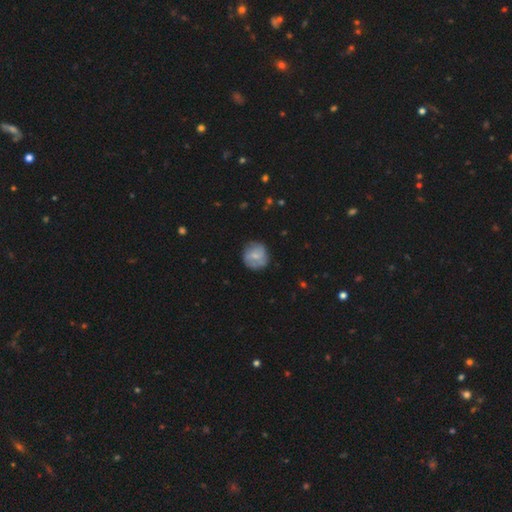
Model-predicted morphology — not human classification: type=smooth (49%); merging=none (79%).